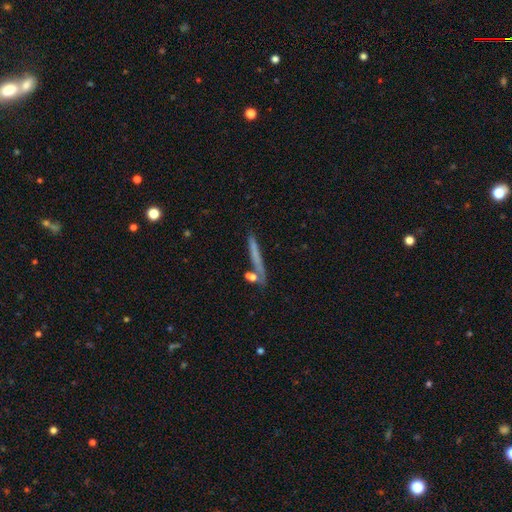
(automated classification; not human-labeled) Smooth or featured? smooth (57%)
How rounded? cigar-shaped (93%)
Merging? none (75%)